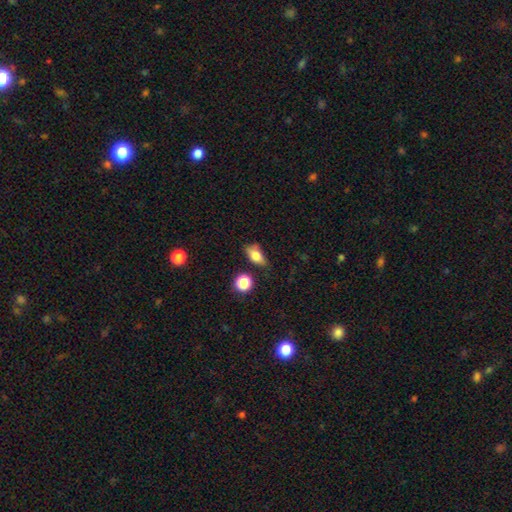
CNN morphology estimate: type=smooth (77%); roundness=in between (80%); merging=none (58%).